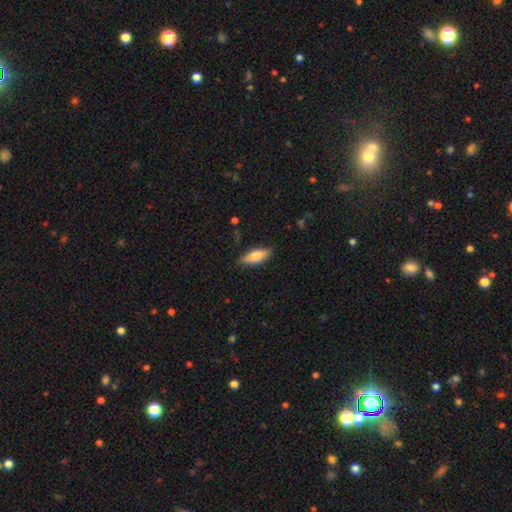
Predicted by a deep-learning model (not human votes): Q: Smooth or featured?
A: smooth (78%); runner-up: featured or disk (16%)
Q: How rounded?
A: in between (74%); runner-up: cigar-shaped (24%)
Q: Merging?
A: none (84%); runner-up: minor disturbance (12%)